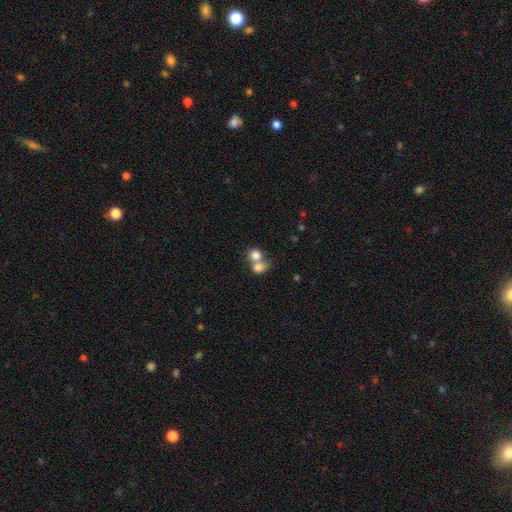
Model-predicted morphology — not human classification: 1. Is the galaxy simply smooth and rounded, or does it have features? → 79% smooth, 12% featured or disk, 9% star or artifact.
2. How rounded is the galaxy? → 70% round, 28% in between, 1% cigar-shaped.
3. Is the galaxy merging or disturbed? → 65% merger, 26% none, 6% minor disturbance, 3% major disturbance.